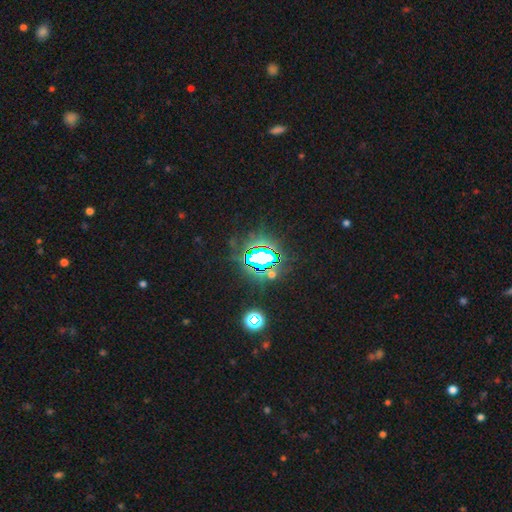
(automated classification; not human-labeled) Smooth or featured: star or artifact — 83% (smooth — 10%)